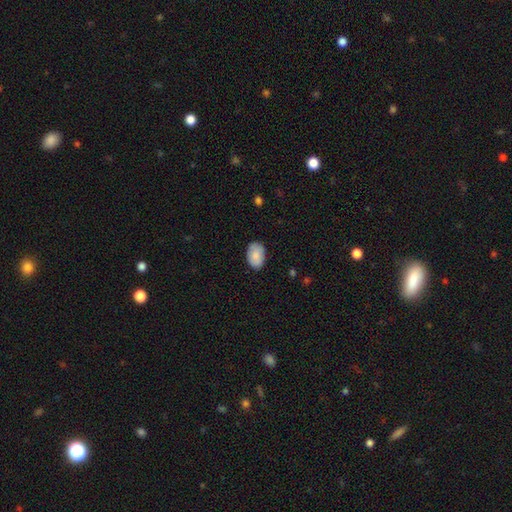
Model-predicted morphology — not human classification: The model was most divided on "merging": none: 83%, minor disturbance: 13%, major disturbance: 2%, merger: 1%. More confident: how rounded — in between (89%); smooth or featured — smooth (85%).